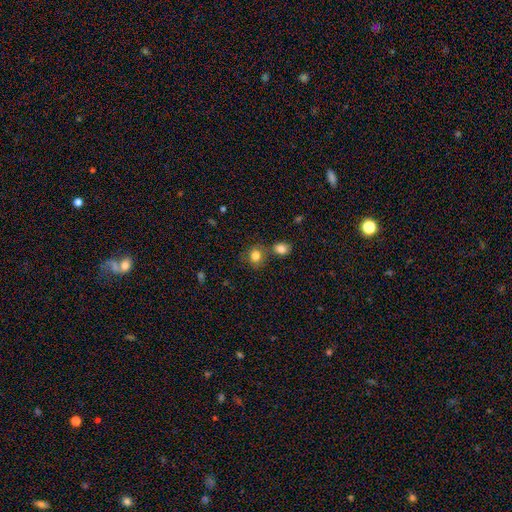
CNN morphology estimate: The model was most divided on "how rounded": round: 72%, in between: 27%, cigar-shaped: 1%. More confident: smooth or featured — smooth (83%); merging — none (67%).